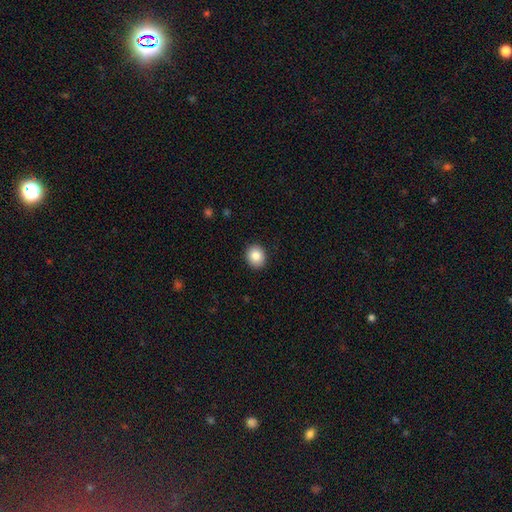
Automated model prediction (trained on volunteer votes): Smooth or featured? Predicted: smooth (p=0.86). How rounded? Predicted: round (p=0.70). Merging? Predicted: none (p=0.91).